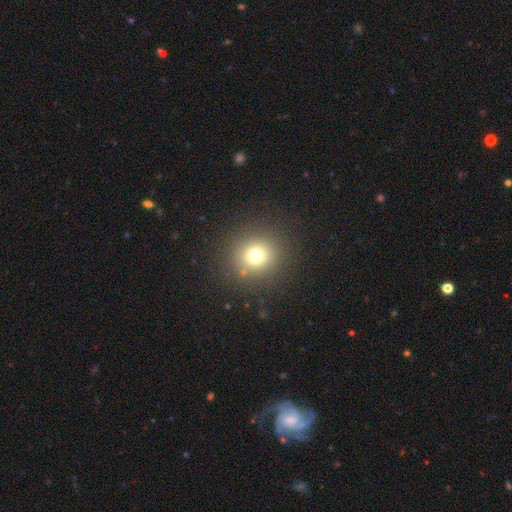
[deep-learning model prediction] Morphology: type=smooth (72%); roundness=round (91%); merging=none (87%).